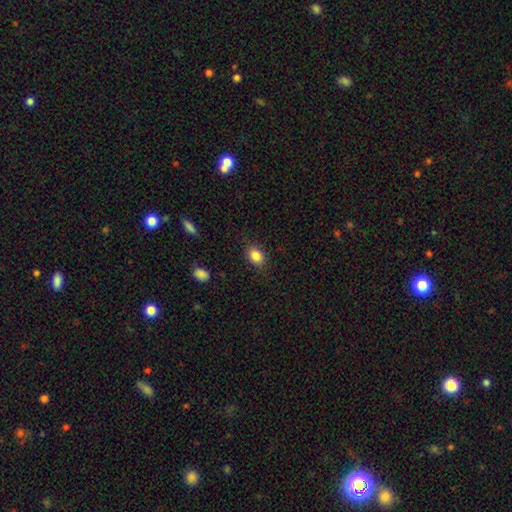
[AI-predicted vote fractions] Overall: smooth (85%). How rounded: in between (68%; round 30%). Merging: none (83%).